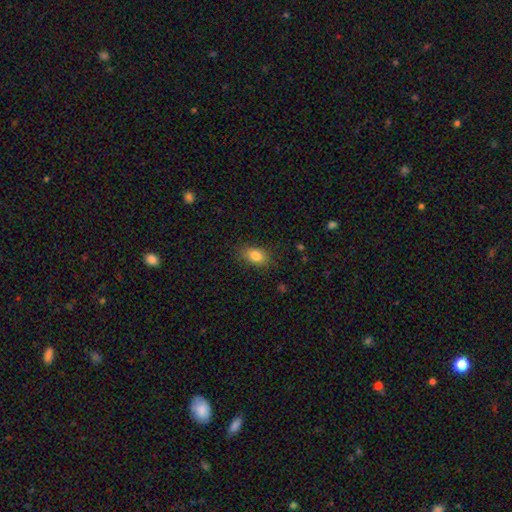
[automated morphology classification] Smooth or featured?
  - smooth: 84% *
  - star or artifact: 9%
  - featured or disk: 7%
How rounded?
  - in between: 83% *
  - round: 15%
  - cigar-shaped: 2%
Merging?
  - none: 82% *
  - minor disturbance: 14%
  - major disturbance: 4%
  - merger: 1%